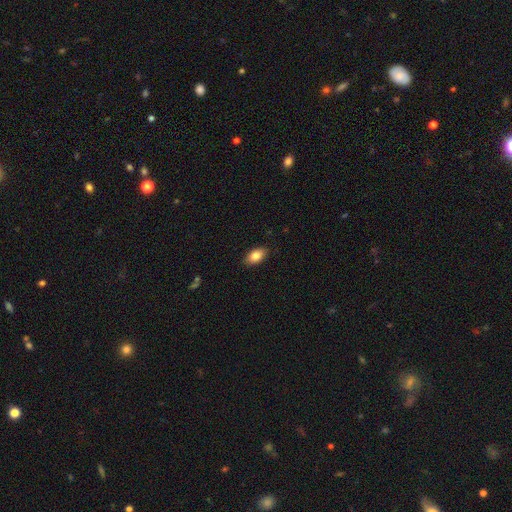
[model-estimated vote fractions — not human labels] smooth 84%, featured or disk 8%, star or artifact 7%. Down the decision tree: how rounded — in between (92%); merging — none (89%).